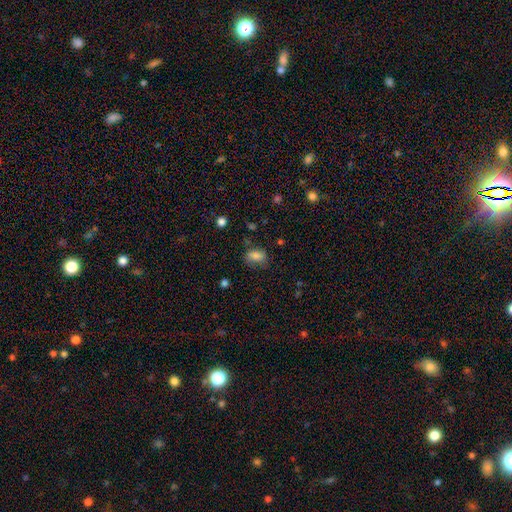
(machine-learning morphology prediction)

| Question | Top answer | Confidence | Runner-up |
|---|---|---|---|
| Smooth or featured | smooth | 81% | star or artifact (10%) |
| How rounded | in between | 79% | round (19%) |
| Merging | none | 62% | minor disturbance (26%) |